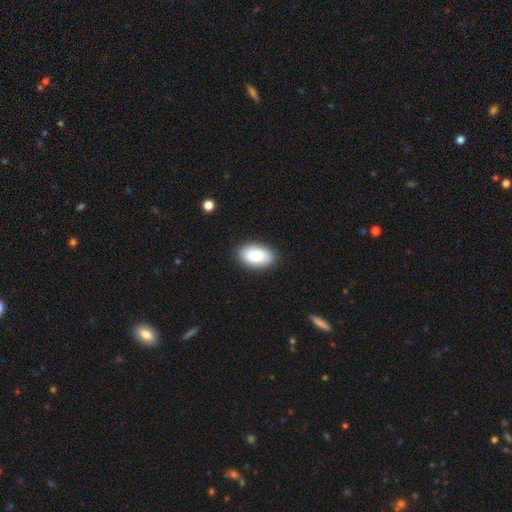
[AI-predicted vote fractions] This is clearly a smooth galaxy (86%). How rounded: clearly in between (93%). Merging: clearly none (88%).